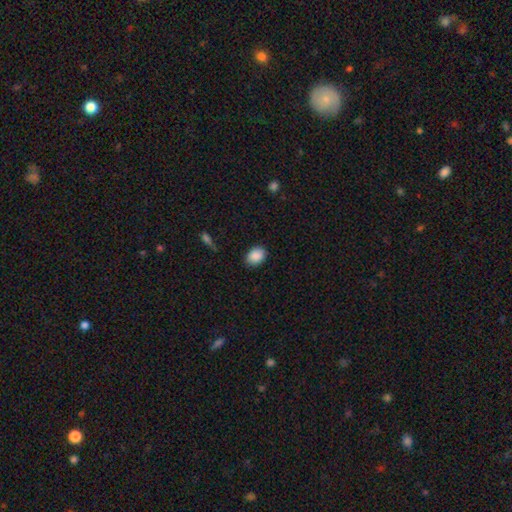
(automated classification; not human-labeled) smooth 89%, star or artifact 8%, featured or disk 3%. Down the decision tree: how rounded — in between (69%); merging — none (85%).